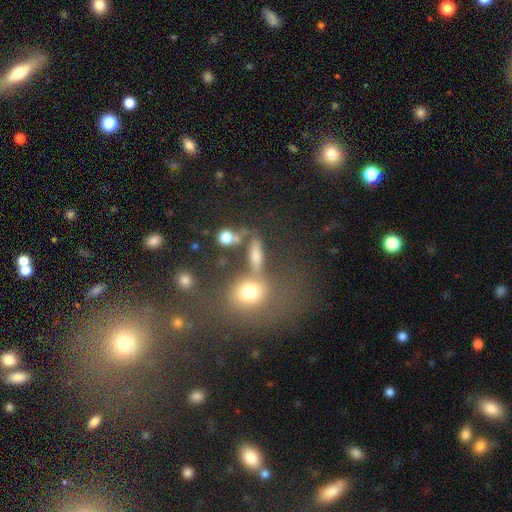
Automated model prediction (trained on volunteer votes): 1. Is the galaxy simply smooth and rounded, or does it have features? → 58% smooth, 24% star or artifact, 19% featured or disk.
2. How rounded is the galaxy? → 51% in between, 40% round, 9% cigar-shaped.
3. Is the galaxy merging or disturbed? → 48% none, 28% merger, 13% minor disturbance, 12% major disturbance.